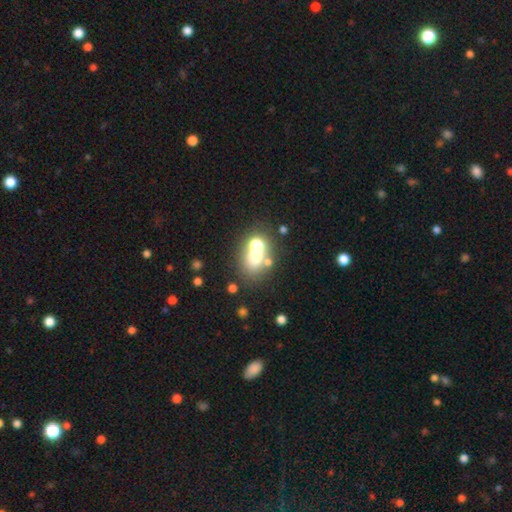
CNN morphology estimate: Q: Smooth or featured?
A: smooth (61%); runner-up: featured or disk (20%)
Q: How rounded?
A: round (59%); runner-up: in between (40%)
Q: Merging?
A: none (49%); runner-up: merger (35%)